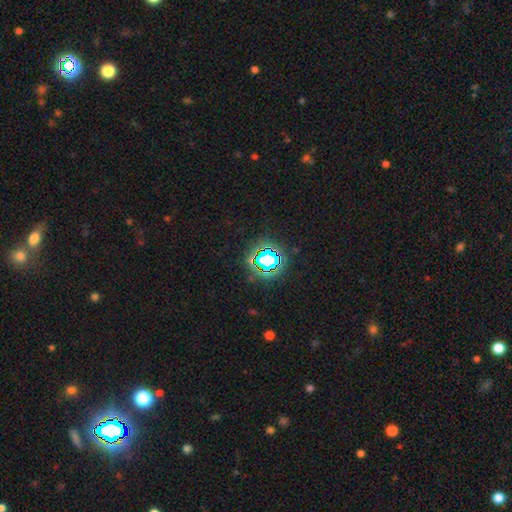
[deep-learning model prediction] smooth-or-featured: star or artifact: 75% | smooth: 17% | featured or disk: 8%